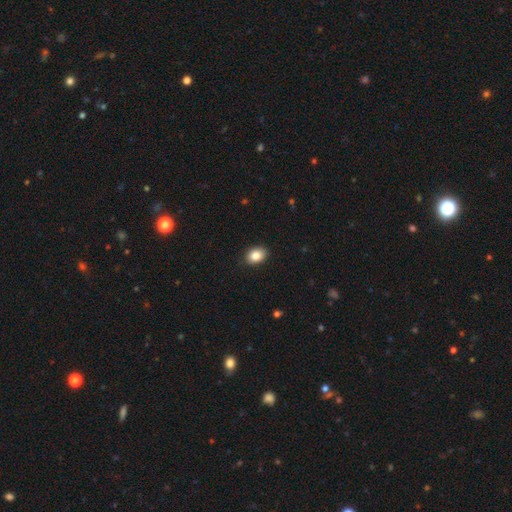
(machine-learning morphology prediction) Smooth or featured? smooth (86%)
How rounded? in between (78%)
Merging? none (89%)